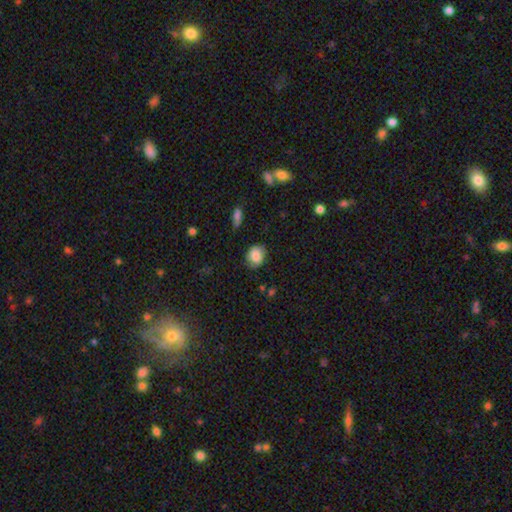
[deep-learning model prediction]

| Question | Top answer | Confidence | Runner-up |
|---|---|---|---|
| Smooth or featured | smooth | 84% | star or artifact (8%) |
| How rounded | round | 53% | in between (46%) |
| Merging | none | 77% | minor disturbance (17%) |